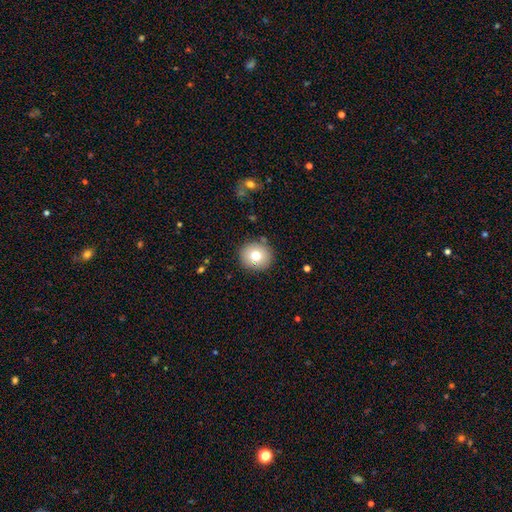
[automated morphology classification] Smooth or featured?
  - smooth: 76% *
  - featured or disk: 14%
  - star or artifact: 10%
How rounded?
  - round: 90% *
  - in between: 9%
  - cigar-shaped: 1%
Merging?
  - none: 88% *
  - minor disturbance: 8%
  - major disturbance: 2%
  - merger: 2%